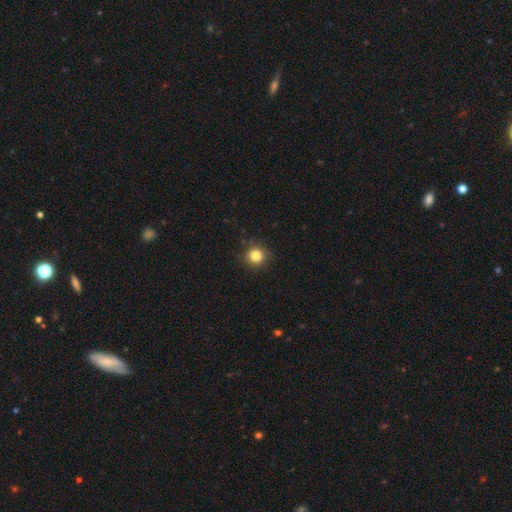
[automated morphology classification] type=smooth (83%); roundness=round (93%); merging=none (89%).